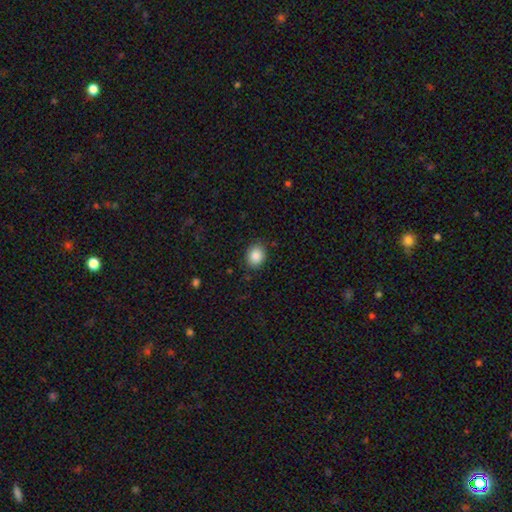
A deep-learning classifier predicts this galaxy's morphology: Smooth or featured? Predicted: smooth (p=0.87). How rounded? Predicted: round (p=0.52). Merging? Predicted: none (p=0.86).